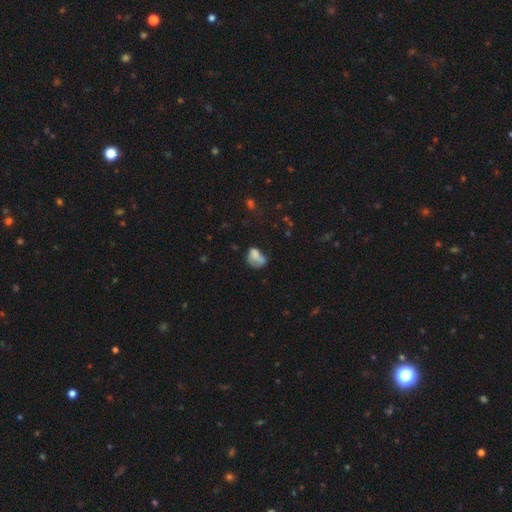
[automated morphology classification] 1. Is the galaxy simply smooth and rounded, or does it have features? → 65% smooth, 23% featured or disk, 12% star or artifact.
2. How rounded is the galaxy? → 71% in between, 27% round, 2% cigar-shaped.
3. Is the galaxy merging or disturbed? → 28% major disturbance, 27% none, 26% minor disturbance, 18% merger.